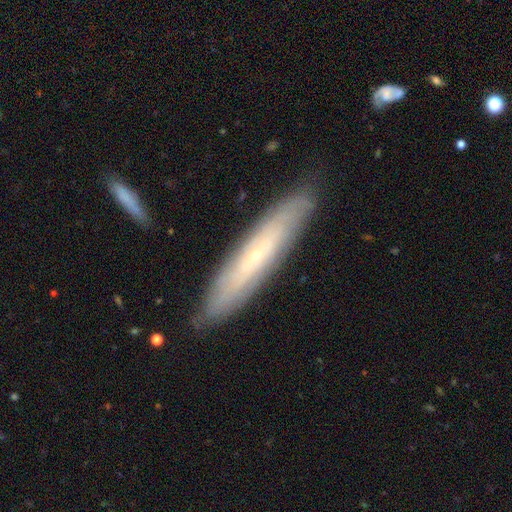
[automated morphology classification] This appears to be a featured or disk galaxy (59%) viewed edge-on (55%). Merging: none (86%).